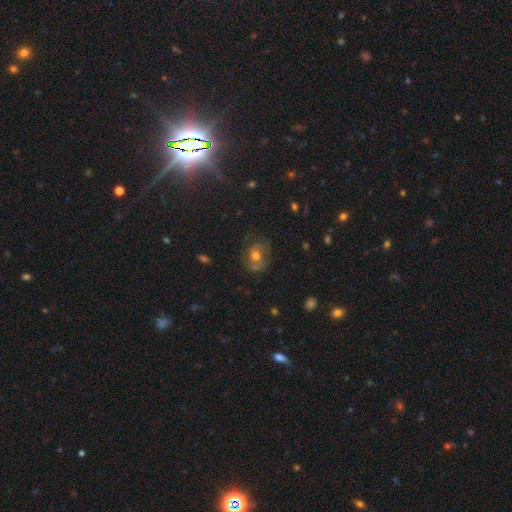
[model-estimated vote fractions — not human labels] Smooth or featured: featured or disk — 44% (smooth — 42%)
Merging: none — 65% (minor disturbance — 21%)